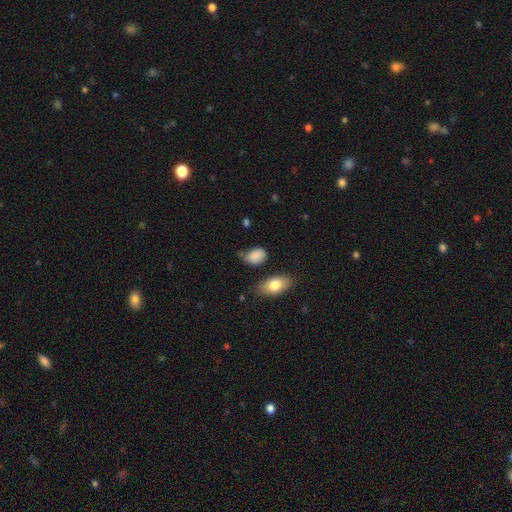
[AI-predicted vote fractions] Overall: smooth (84%). How rounded: in between (78%). Merging: none (49%; minor disturbance 34%).